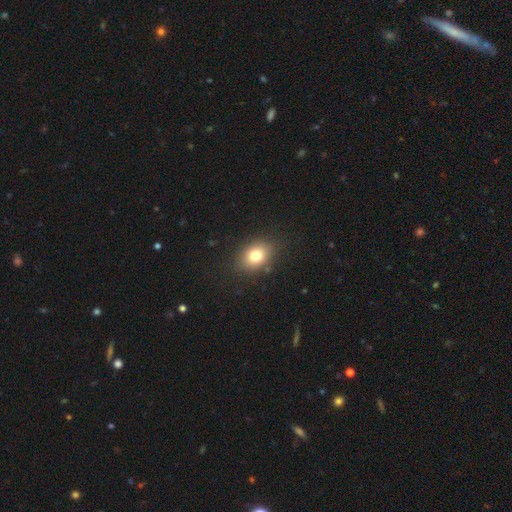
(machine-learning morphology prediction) Smooth or featured: smooth — 78% (star or artifact — 11%)
How rounded: in between — 64% (round — 35%)
Merging: none — 85% (minor disturbance — 10%)